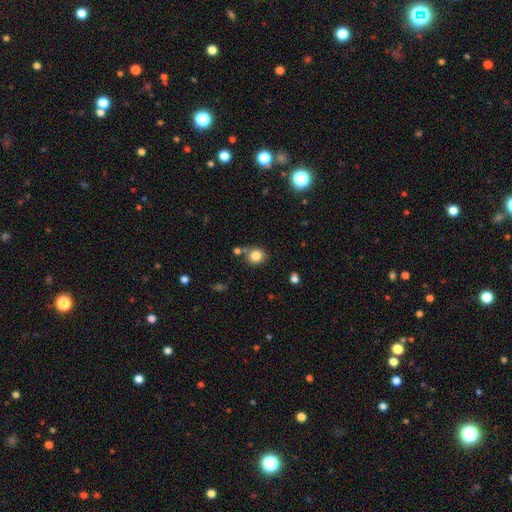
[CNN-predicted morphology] This appears to be a smooth galaxy with no disk features (83%) that is round (81%). Merging: none (77%).